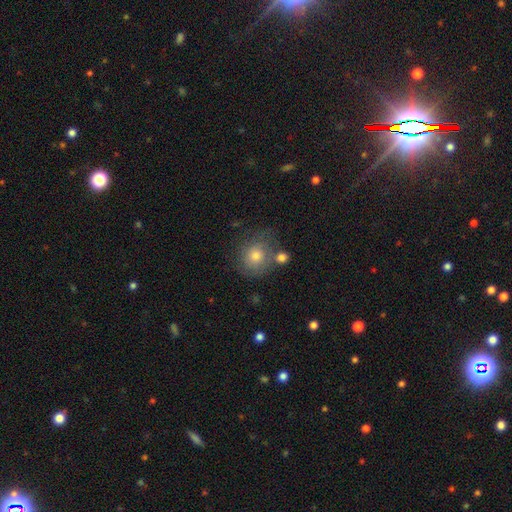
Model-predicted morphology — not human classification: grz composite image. It shows a smooth galaxy with no disk features (59%) that is round (84%). Merging: none (61%).